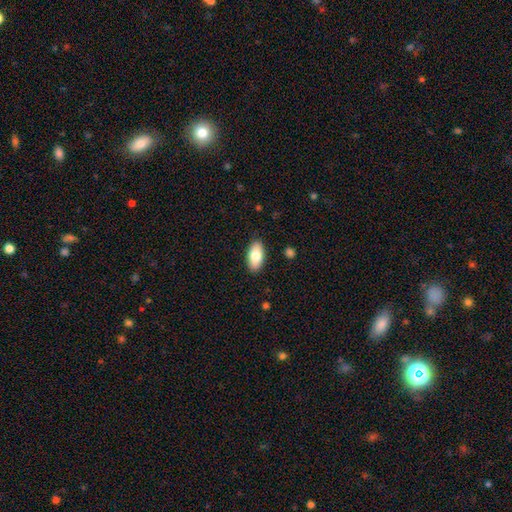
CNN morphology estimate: Smooth or featured? Predicted: smooth (p=0.80). How rounded? Predicted: in between (p=0.92). Merging? Predicted: none (p=0.89).